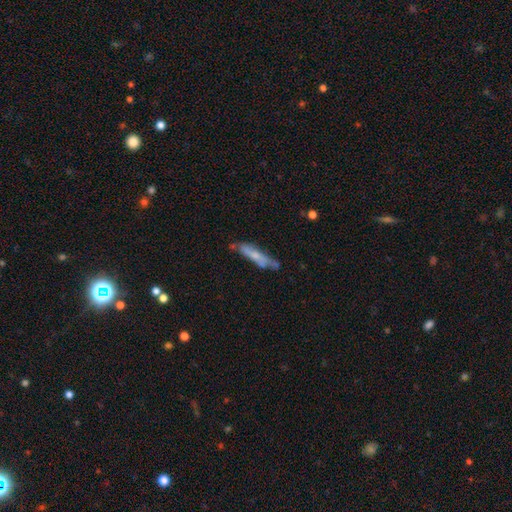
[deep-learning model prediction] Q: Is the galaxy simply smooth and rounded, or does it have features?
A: smooth — 52%.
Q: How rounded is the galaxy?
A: cigar-shaped — 85%.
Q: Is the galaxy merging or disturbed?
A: none — 60%.